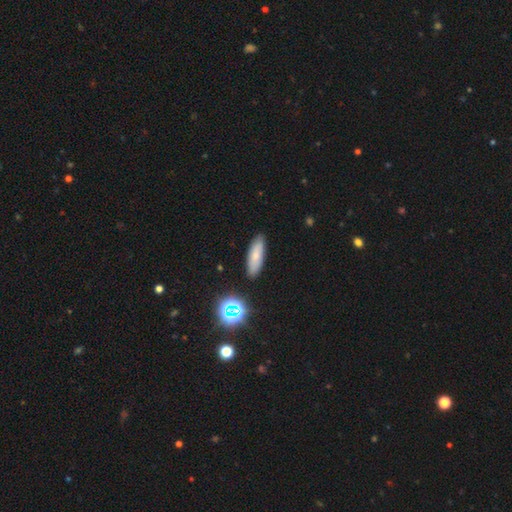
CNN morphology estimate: type=smooth (73%); roundness=in between (55%); merging=none (87%).